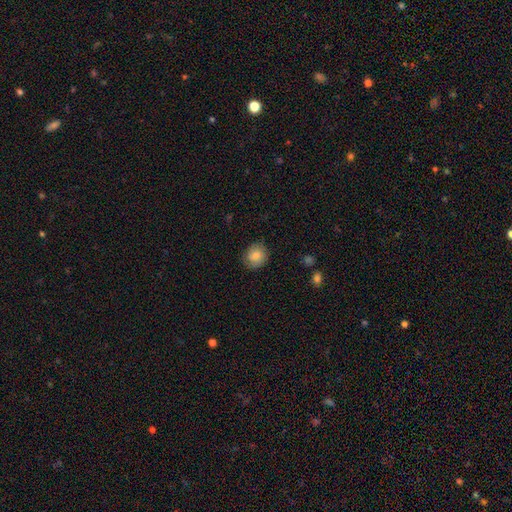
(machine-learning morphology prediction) This appears to be a smooth galaxy with no disk features (68%) that is round (69%). Merging: none (79%).